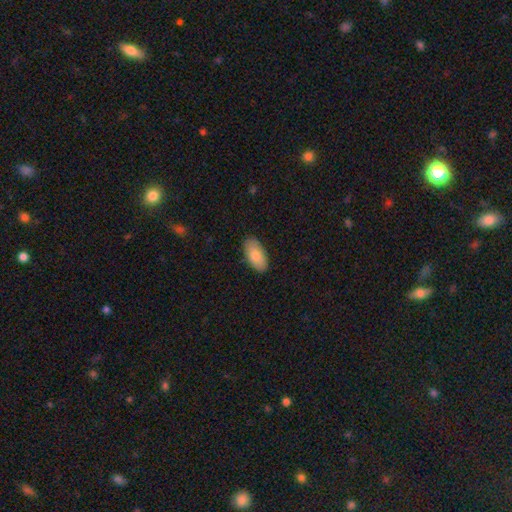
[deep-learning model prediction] Smooth or featured: smooth — 84% (featured or disk — 10%)
How rounded: in between — 94% (cigar-shaped — 4%)
Merging: none — 85% (minor disturbance — 12%)